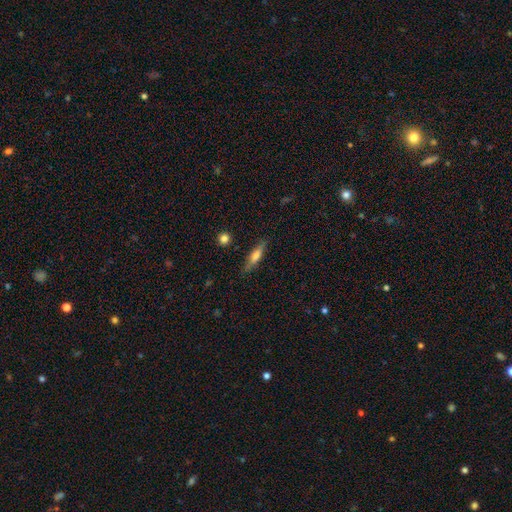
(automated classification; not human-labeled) Overall: smooth (55%; featured or disk 38%). How rounded: cigar-shaped (74%). Merging: none (84%).